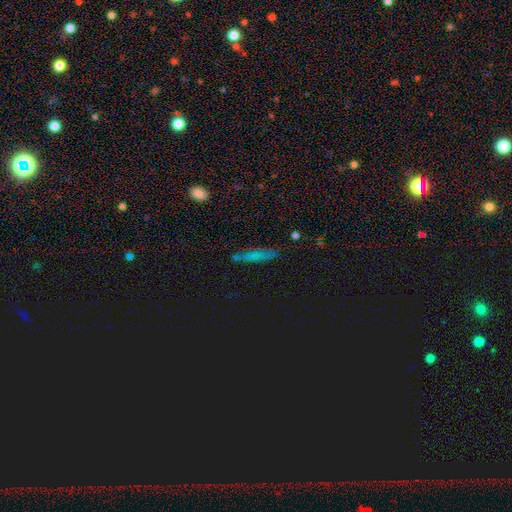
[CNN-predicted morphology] The model was most divided on "smooth or featured": smooth: 63%, featured or disk: 19%, star or artifact: 18%. More confident: how rounded — cigar-shaped (81%); merging — none (76%).